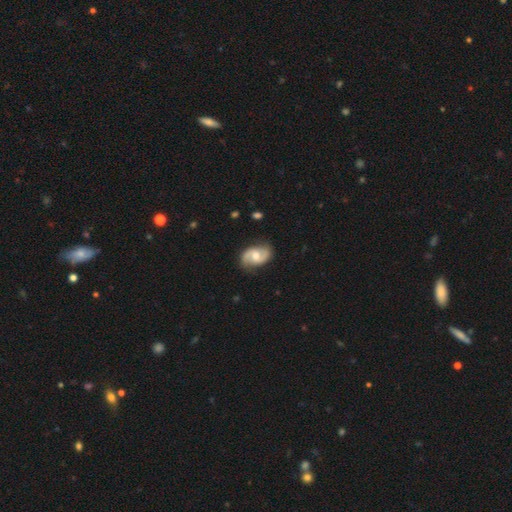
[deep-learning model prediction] Smooth or featured: featured or disk — 79% (smooth — 16%)
Edge-on disk: no — 97% (yes — 3%)
Bar: no — 49% (weak — 42%)
Spiral arms: yes — 94% (no — 6%)
Spiral winding: medium — 47% (loose — 35%)
Spiral arm count: 2 — 92% (can't tell — 4%)
Bulge size: moderate — 68% (small — 22%)
Merging: none — 82% (minor disturbance — 14%)